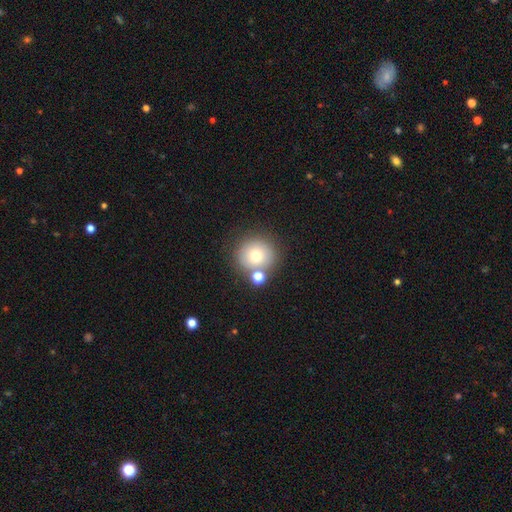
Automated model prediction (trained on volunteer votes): A smooth galaxy with no disk features (72%) that is round (90%).

Vote fractions:
- Smooth or featured? smooth: 72% / featured or disk: 14% / star or artifact: 13%
- How rounded? round: 90% / in between: 9% / cigar-shaped: 1%
- Merging? none: 70% / merger: 17% / minor disturbance: 9% / major disturbance: 4%